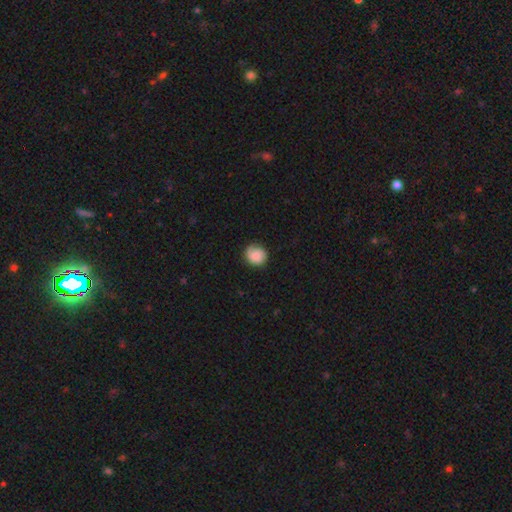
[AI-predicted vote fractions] Smooth or featured? smooth (83%)
How rounded? round (83%)
Merging? none (77%)